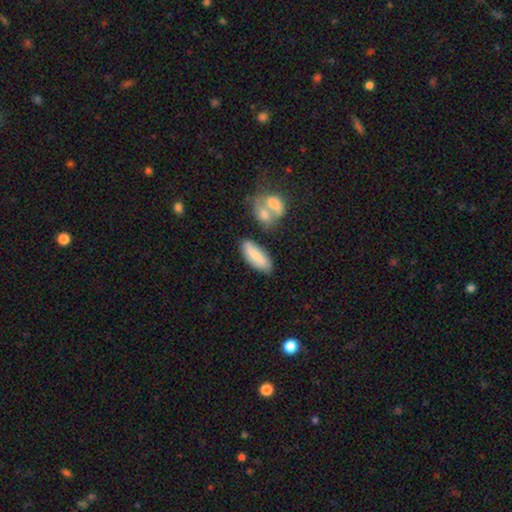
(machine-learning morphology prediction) This is likely a smooth galaxy (72%). How rounded: likely in between (67%). Merging: likely none (72%).